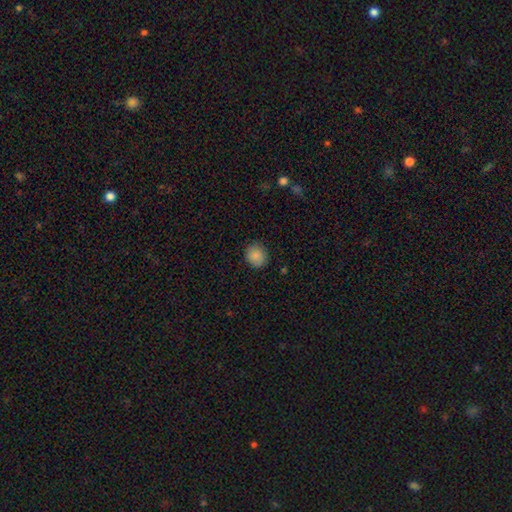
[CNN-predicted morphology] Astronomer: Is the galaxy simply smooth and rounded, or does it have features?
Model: smooth — 87%.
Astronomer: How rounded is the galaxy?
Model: round — 82%.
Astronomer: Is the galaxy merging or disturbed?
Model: none — 86%.